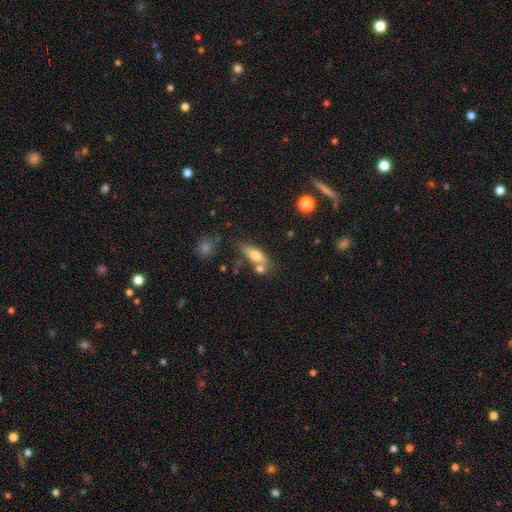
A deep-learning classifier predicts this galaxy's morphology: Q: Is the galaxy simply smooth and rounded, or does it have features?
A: smooth — 68%.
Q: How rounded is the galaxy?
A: in between — 60%.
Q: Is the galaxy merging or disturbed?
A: none — 50%.